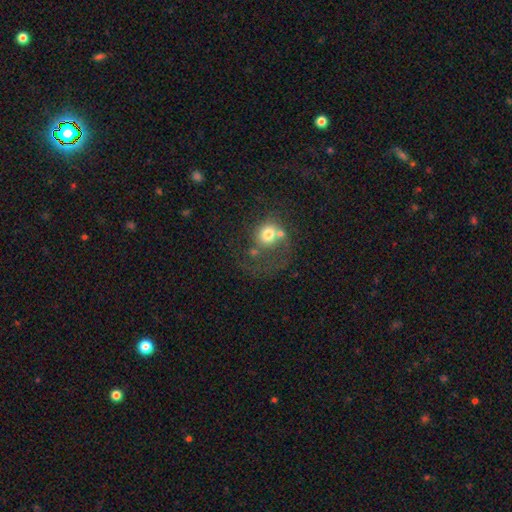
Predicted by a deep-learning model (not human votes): smooth 42%, featured or disk 39%, star or artifact 19%. Down the decision tree: merging — major disturbance (33%).